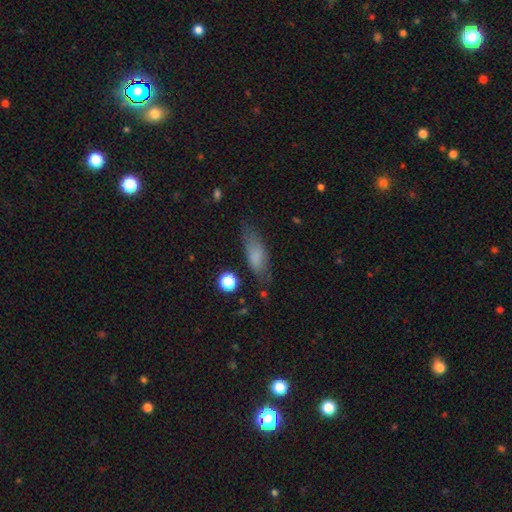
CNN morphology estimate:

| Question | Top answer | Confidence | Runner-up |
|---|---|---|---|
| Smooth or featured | smooth | 73% | featured or disk (18%) |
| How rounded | in between | 59% | cigar-shaped (38%) |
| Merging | none | 69% | minor disturbance (21%) |